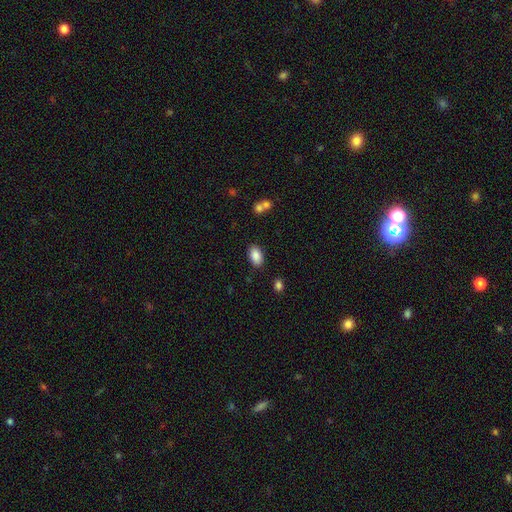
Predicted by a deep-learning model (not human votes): A smooth galaxy with no disk features (87%) that is in between round and cigar-shaped (92%).

Vote fractions:
- Smooth or featured? smooth: 87% / star or artifact: 8% / featured or disk: 6%
- How rounded? in between: 92% / round: 7% / cigar-shaped: 2%
- Merging? none: 86% / minor disturbance: 9% / merger: 3% / major disturbance: 2%